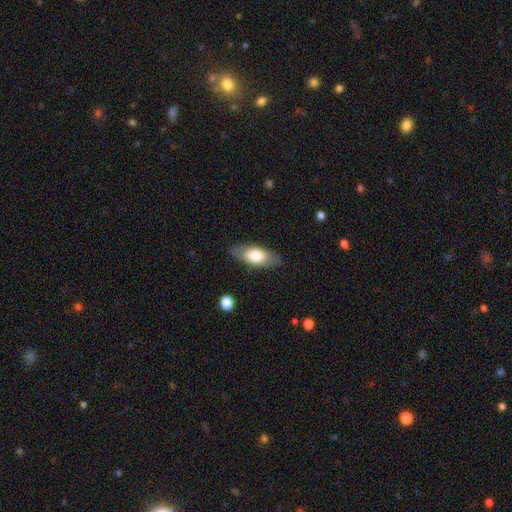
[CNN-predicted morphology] A smooth galaxy with no disk features (68%) that is in between round and cigar-shaped (84%). Merging: none (83%).